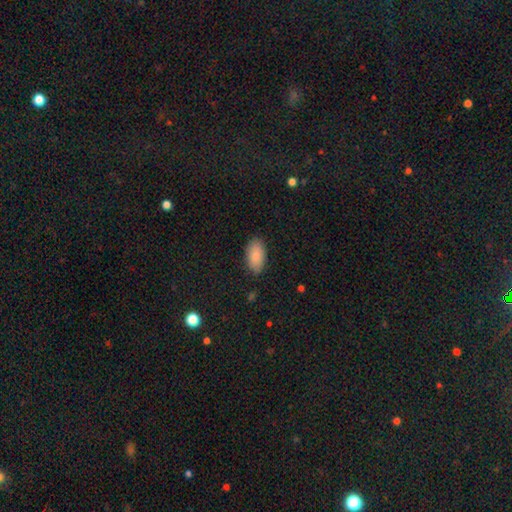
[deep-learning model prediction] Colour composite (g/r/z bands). It shows a smooth galaxy with no disk features (88%) that is in between round and cigar-shaped (94%). Merging: none (86%).